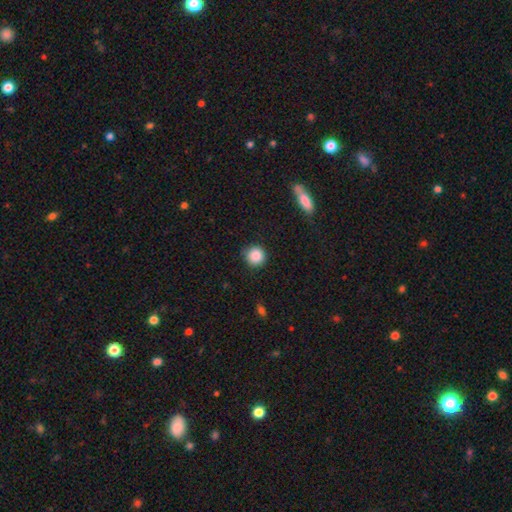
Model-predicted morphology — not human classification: A smooth galaxy with no disk features (87%) that is round (94%). Merging: none (87%).